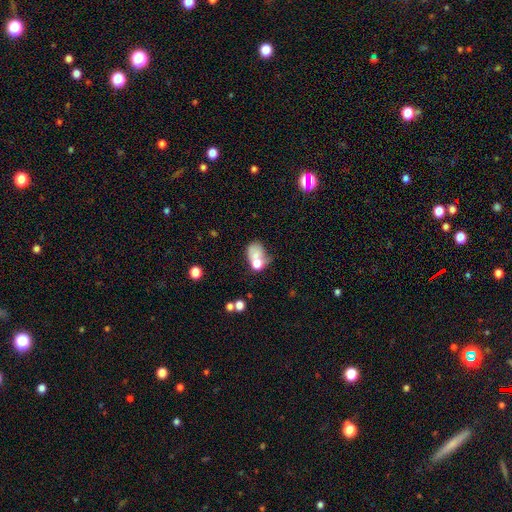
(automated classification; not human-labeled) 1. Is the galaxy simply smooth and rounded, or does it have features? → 65% smooth, 24% featured or disk, 11% star or artifact.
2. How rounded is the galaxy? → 59% in between, 40% round, 1% cigar-shaped.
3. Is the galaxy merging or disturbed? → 47% merger, 23% none, 15% major disturbance, 15% minor disturbance.